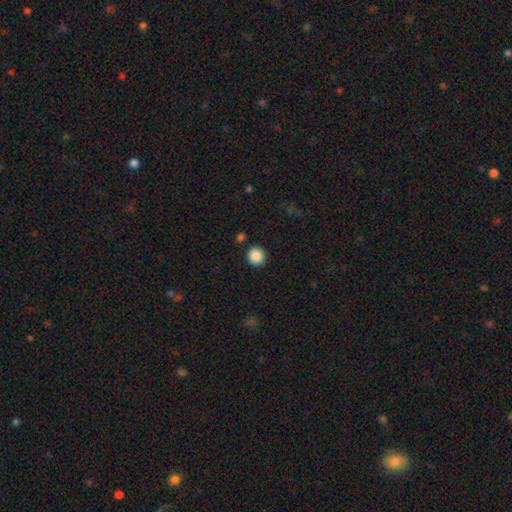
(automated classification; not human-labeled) Smooth or featured? smooth (88%)
How rounded? round (92%)
Merging? none (90%)